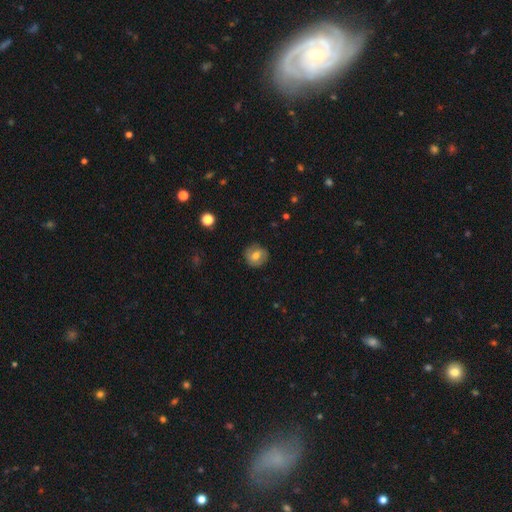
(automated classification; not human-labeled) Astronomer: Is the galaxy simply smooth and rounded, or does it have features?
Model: smooth — 62%.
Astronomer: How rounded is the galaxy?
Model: round — 86%.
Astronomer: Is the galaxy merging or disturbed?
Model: none — 84%.